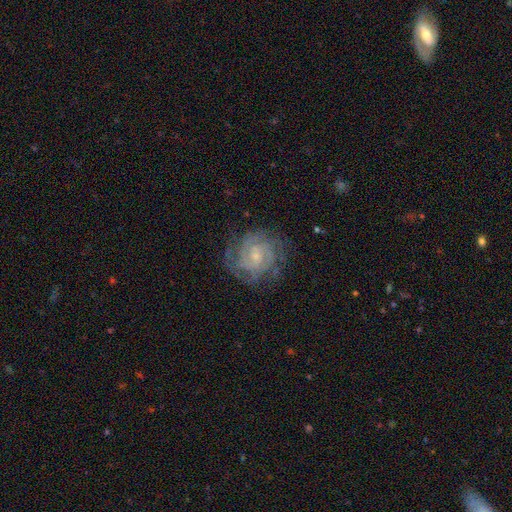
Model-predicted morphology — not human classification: type=featured or disk (85%); edge-on=no (98%); bar=no (58%); spiral arms=yes (96%); winding=tight (71%); arm count=can't tell (27%, tied with 2); bulge=small (75%); merging=none (75%).